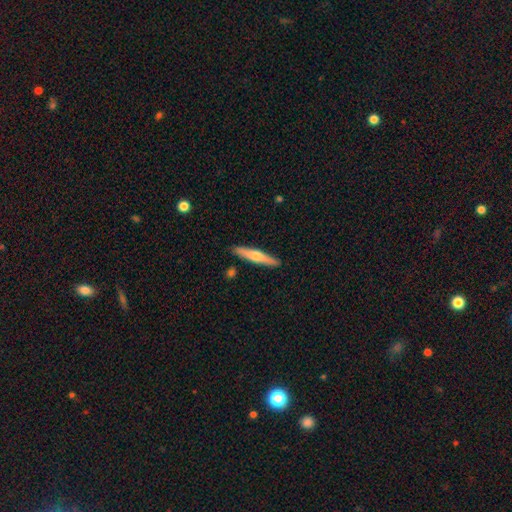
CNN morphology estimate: The model was most divided on "smooth or featured": smooth: 48%, featured or disk: 47%, star or artifact: 5%. More confident: merging — none (89%).